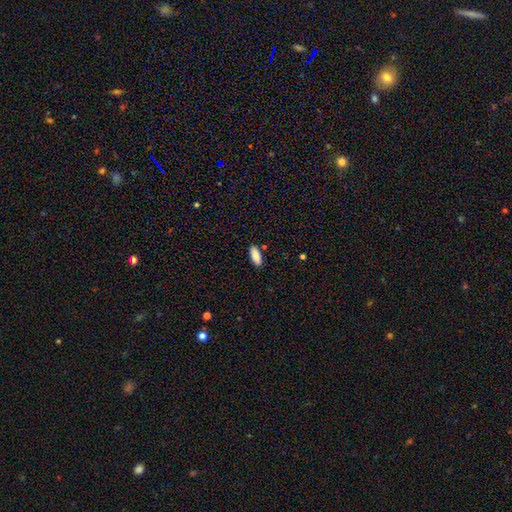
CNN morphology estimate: This is clearly a smooth galaxy (88%). How rounded: likely in between (79%). Merging: clearly none (88%).